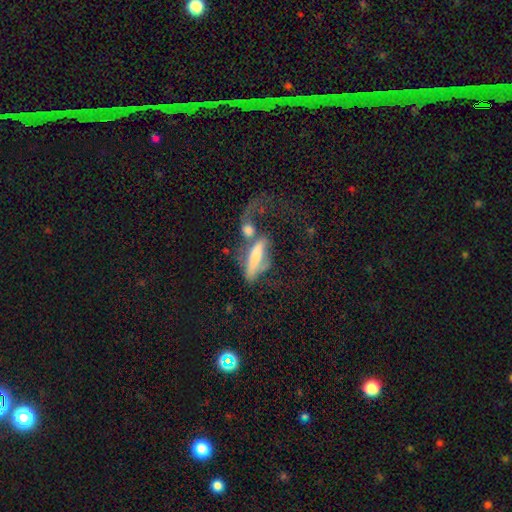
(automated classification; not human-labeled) Q: Smooth or featured?
A: smooth (47%); runner-up: featured or disk (43%)
Q: Merging?
A: merger (40%); runner-up: major disturbance (34%)